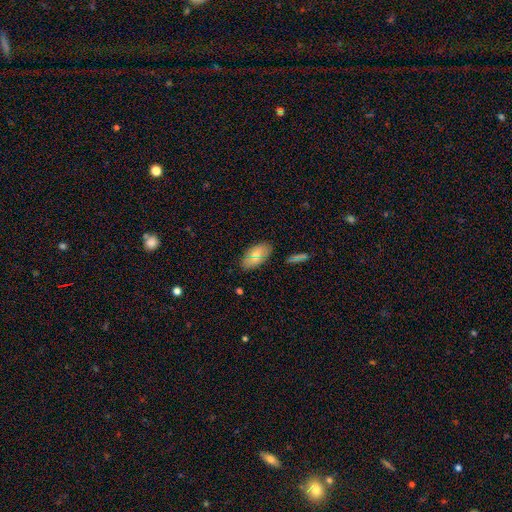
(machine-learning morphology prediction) Overall: smooth (68%). How rounded: in between (92%). Merging: none (82%).